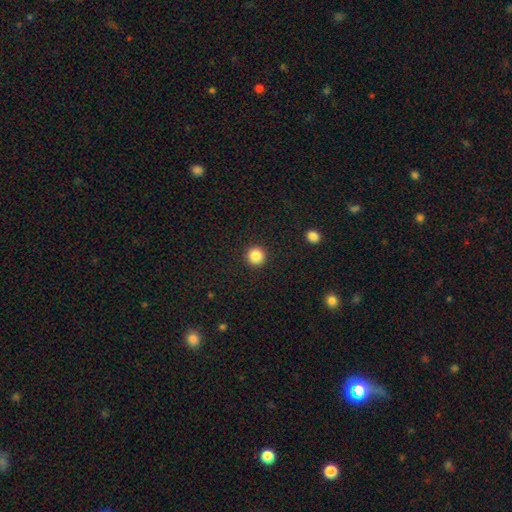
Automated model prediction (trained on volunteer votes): A smooth galaxy with no disk features (86%) that is round (95%).

Vote fractions:
- Smooth or featured? smooth: 86% / star or artifact: 10% / featured or disk: 4%
- How rounded? round: 95% / in between: 4% / cigar-shaped: 1%
- Merging? none: 93% / minor disturbance: 4% / major disturbance: 2% / merger: 1%